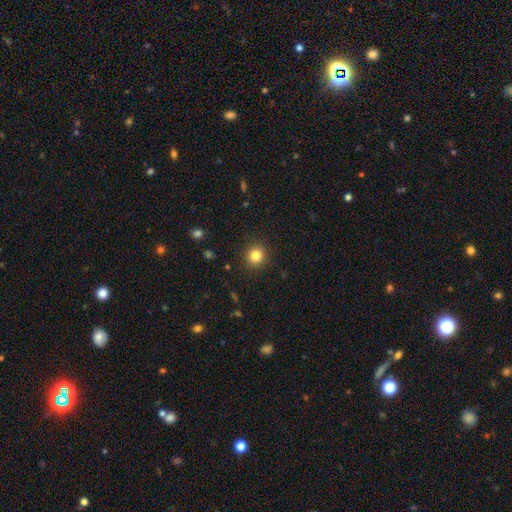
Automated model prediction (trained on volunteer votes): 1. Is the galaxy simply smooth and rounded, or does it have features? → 83% smooth, 12% star or artifact, 6% featured or disk.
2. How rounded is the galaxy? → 93% round, 6% in between, 1% cigar-shaped.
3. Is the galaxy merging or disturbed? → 92% none, 5% minor disturbance, 2% major disturbance, 1% merger.